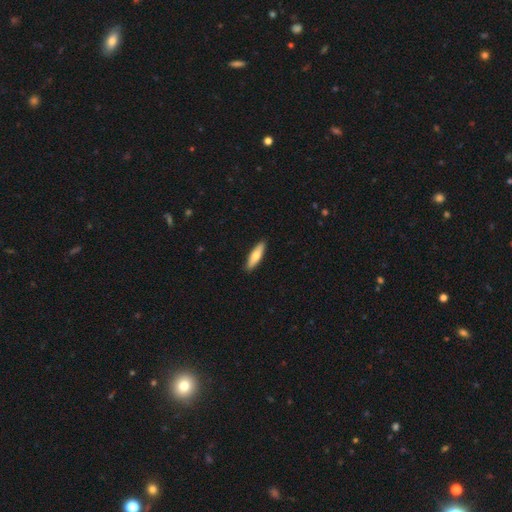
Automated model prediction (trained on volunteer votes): A smooth galaxy with no disk features (69%) that is cigar-shaped (66%).

Vote fractions:
- Smooth or featured? smooth: 69% / featured or disk: 25% / star or artifact: 5%
- How rounded? cigar-shaped: 66% / in between: 32% / round: 2%
- Merging? none: 91% / minor disturbance: 7% / major disturbance: 1% / merger: 1%